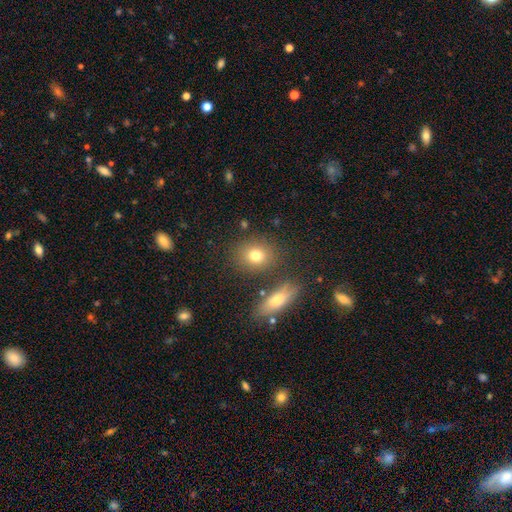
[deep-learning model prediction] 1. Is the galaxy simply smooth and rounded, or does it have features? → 76% smooth, 12% star or artifact, 12% featured or disk.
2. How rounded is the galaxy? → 68% round, 30% in between, 2% cigar-shaped.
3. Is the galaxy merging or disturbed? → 78% none, 9% minor disturbance, 9% merger, 3% major disturbance.